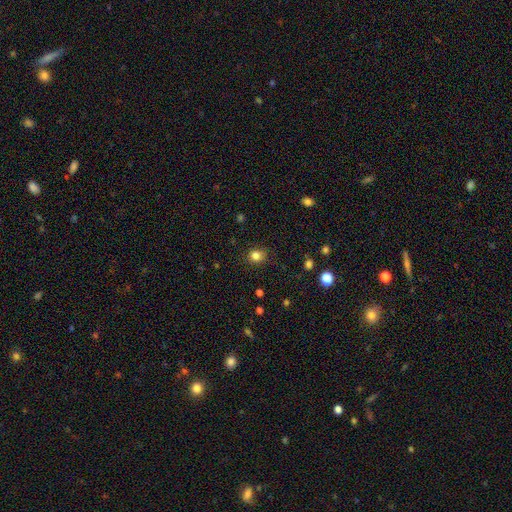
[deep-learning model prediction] Morphology: type=smooth (83%); roundness=round (78%); merging=none (84%).